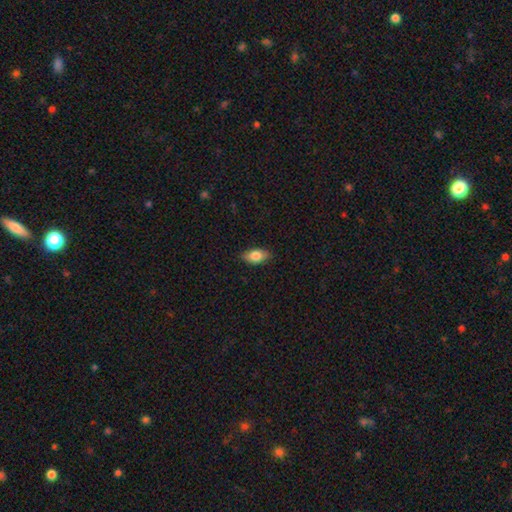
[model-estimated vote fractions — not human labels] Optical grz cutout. It shows a smooth galaxy with no disk features (81%) that is in between round and cigar-shaped (90%). Merging: none (84%).